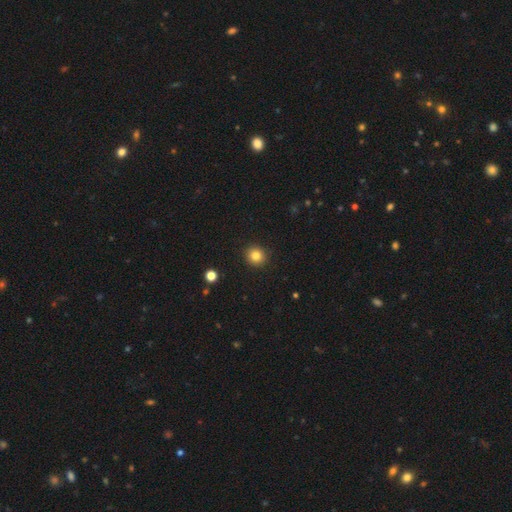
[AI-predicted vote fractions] This is clearly a smooth galaxy (83%). How rounded: clearly round (90%). Merging: clearly none (92%).